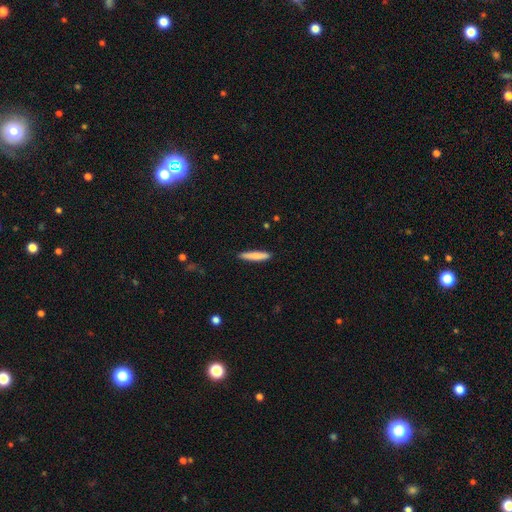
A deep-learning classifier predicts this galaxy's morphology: A smooth galaxy with no disk features (81%) that is cigar-shaped (92%).

Vote fractions:
- Smooth or featured? smooth: 81% / featured or disk: 13% / star or artifact: 6%
- How rounded? cigar-shaped: 92% / in between: 7% / round: 1%
- Merging? none: 89% / minor disturbance: 8% / major disturbance: 2% / merger: 1%